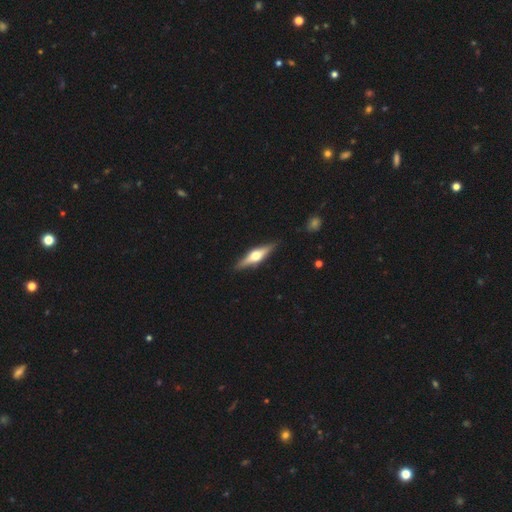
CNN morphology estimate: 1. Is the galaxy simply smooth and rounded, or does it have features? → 70% featured or disk, 24% smooth, 5% star or artifact.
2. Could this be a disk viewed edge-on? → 97% yes, 3% no.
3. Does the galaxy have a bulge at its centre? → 95% rounded, 4% boxy, 2% none.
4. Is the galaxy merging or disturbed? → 90% none, 7% minor disturbance, 2% major disturbance, 1% merger.